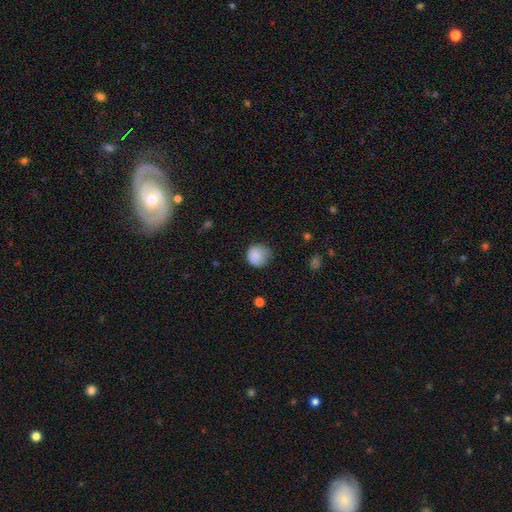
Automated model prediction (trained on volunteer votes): A smooth galaxy with no disk features (82%) that is round (85%). Merging: none (58%).